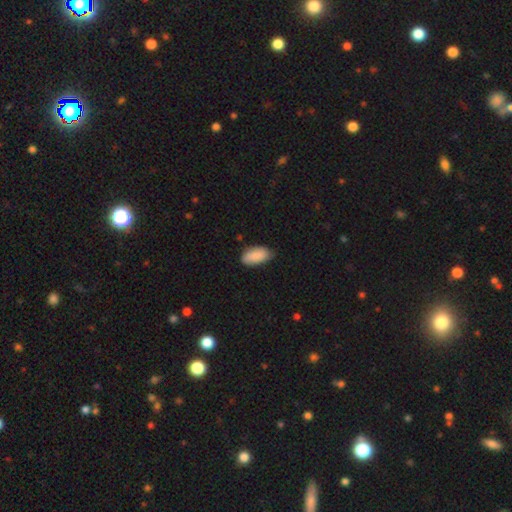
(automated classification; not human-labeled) A smooth galaxy with no disk features (89%) that is in between round and cigar-shaped (94%). Merging: none (73%).